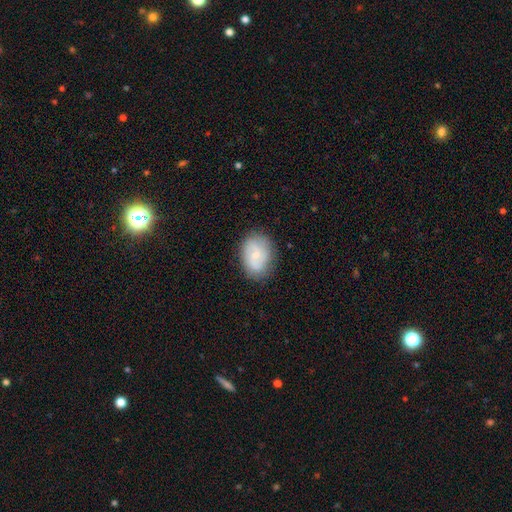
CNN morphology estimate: This appears to be a smooth galaxy with no disk features (49%). Merging: none (78%).